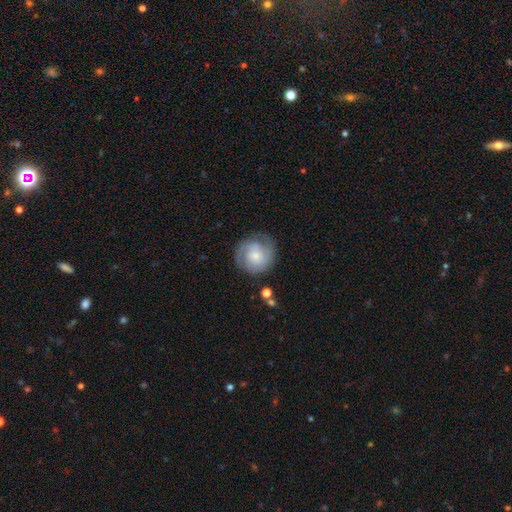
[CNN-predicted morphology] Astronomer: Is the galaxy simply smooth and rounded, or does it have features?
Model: featured or disk — 57% (runner-up: smooth, 36%).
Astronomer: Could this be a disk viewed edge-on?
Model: no — 98%.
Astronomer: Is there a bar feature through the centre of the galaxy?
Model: no — 74%.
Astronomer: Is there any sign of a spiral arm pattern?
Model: yes — 85%.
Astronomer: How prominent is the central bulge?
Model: small — 61%.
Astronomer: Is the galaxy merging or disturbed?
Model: none — 72%.